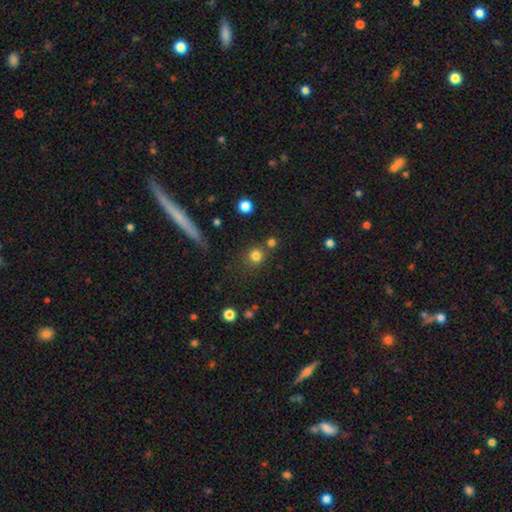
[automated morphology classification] Smooth or featured? smooth (80%)
How rounded? round (91%)
Merging? none (76%)